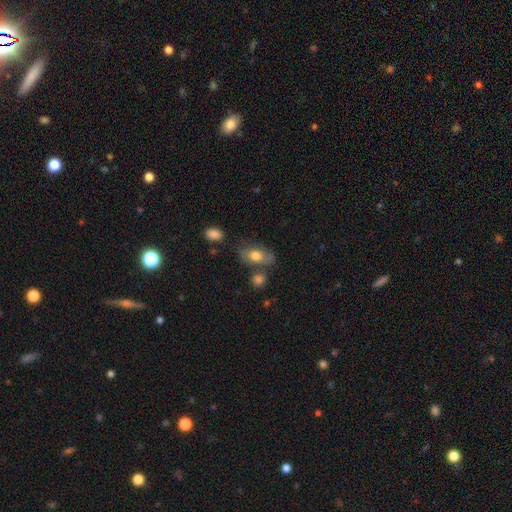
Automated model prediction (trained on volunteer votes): This is possibly a smooth galaxy (58%). How rounded: clearly in between (82%). Merging: likely none (65%).